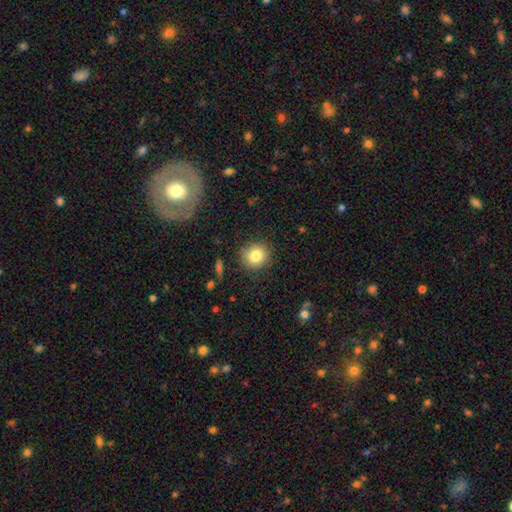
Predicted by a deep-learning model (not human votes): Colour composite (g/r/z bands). It shows a smooth galaxy with no disk features (82%) that is round (88%). Merging: none (87%).